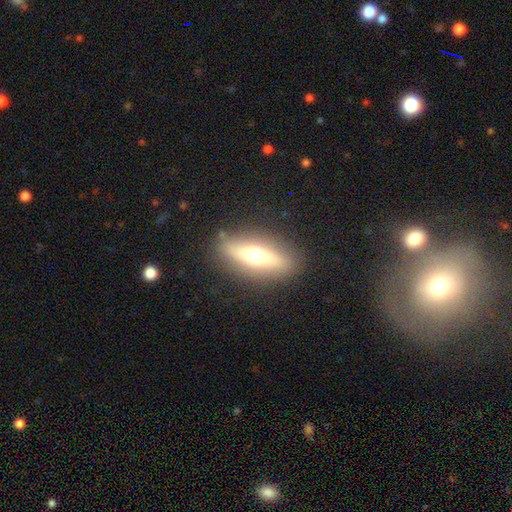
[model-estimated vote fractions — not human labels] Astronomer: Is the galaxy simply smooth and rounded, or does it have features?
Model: featured or disk — 49% (runner-up: smooth, 43%).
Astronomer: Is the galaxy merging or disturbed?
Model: none — 86%.